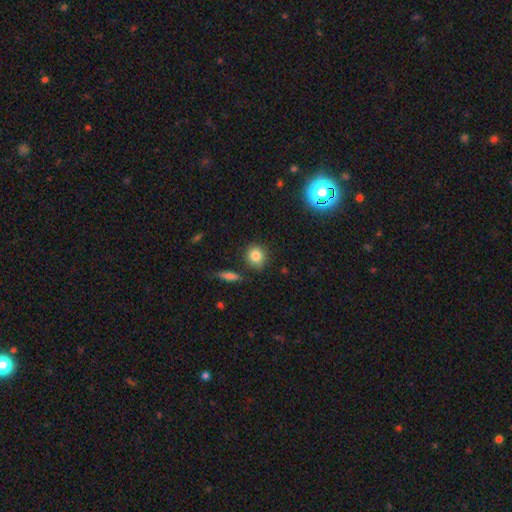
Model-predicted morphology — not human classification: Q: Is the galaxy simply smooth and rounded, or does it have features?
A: smooth — 83%.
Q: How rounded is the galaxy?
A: round — 84%.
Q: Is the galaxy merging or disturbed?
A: none — 83%.